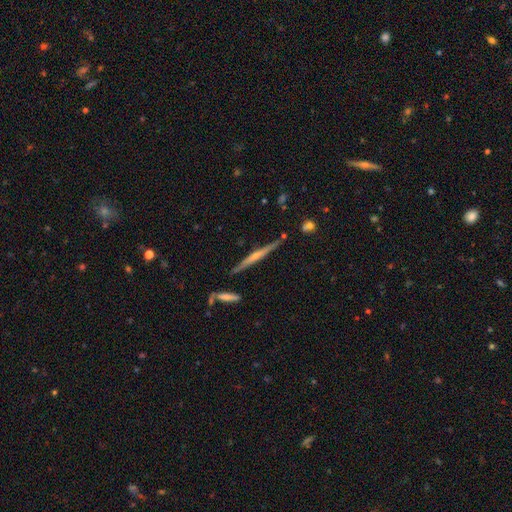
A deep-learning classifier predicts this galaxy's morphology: Smooth or featured?
  - featured or disk: 75% *
  - smooth: 18%
  - star or artifact: 7%
Edge-on disk?
  - yes: 97% *
  - no: 3%
Edge-on bulge?
  - rounded: 70% *
  - none: 23%
  - boxy: 8%
Merging?
  - none: 85% *
  - minor disturbance: 10%
  - merger: 3%
  - major disturbance: 2%